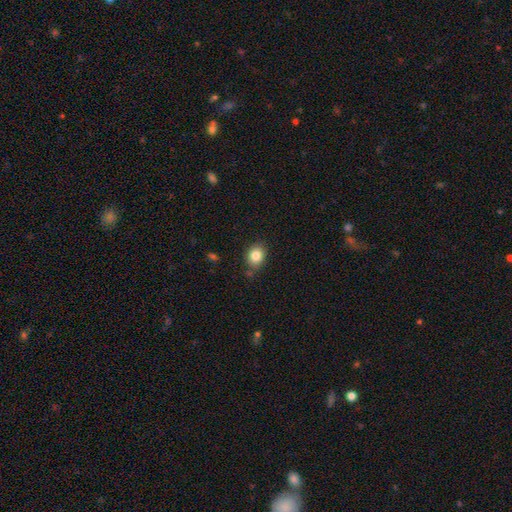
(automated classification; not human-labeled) A smooth galaxy with no disk features (84%) that is round (51%). Merging: none (79%).